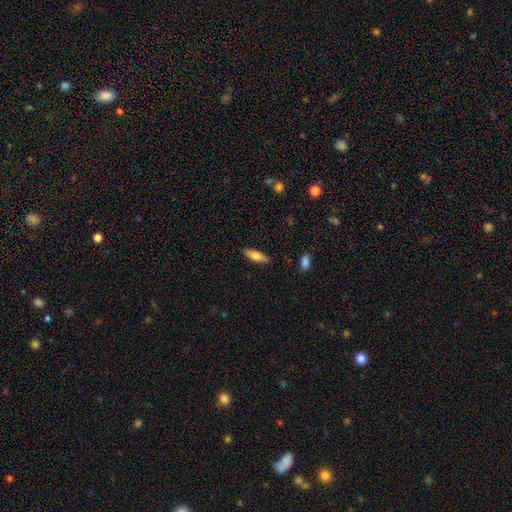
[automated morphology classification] A smooth galaxy with no disk features (71%) that is cigar-shaped (49%, tied with in between). Merging: none (87%).